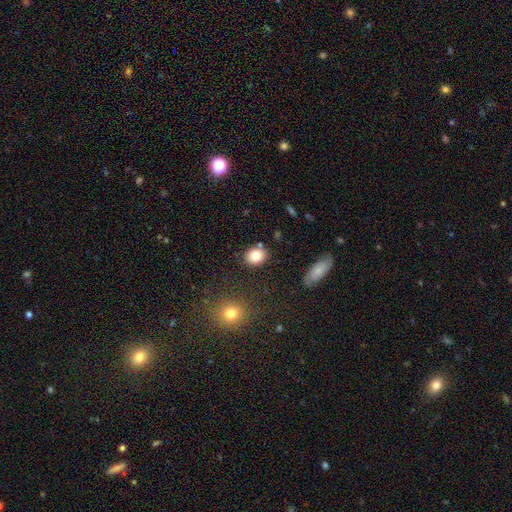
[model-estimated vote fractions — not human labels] smooth_or_featured: smooth (p=0.82) [alt: star or artifact p=0.09]
how_rounded: round (p=0.58) [alt: in between p=0.41]
merging: none (p=0.83) [alt: minor disturbance p=0.10]